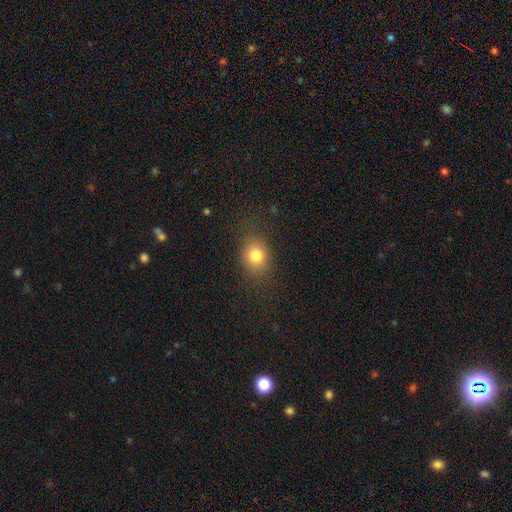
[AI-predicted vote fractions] Morphology: type=smooth (79%); roundness=round (53%); merging=none (79%).